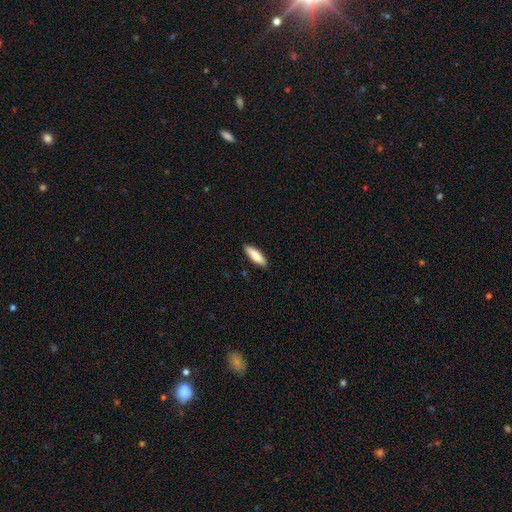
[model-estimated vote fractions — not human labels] Overall: smooth (81%). How rounded: cigar-shaped (51%; in between 47%). Merging: none (88%).